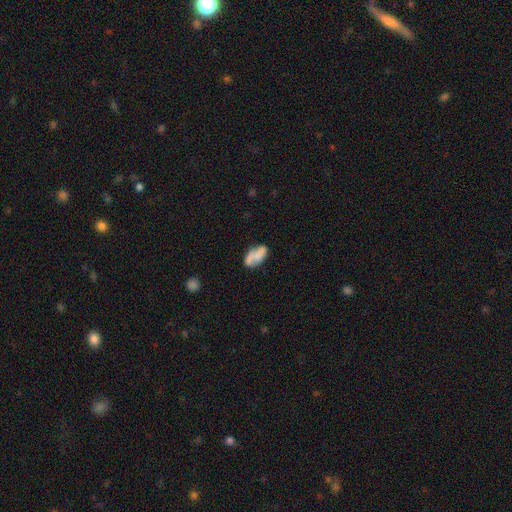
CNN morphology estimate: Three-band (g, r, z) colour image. It shows a smooth galaxy with no disk features (61%) that is in between round and cigar-shaped (91%). Merging: none (58%).